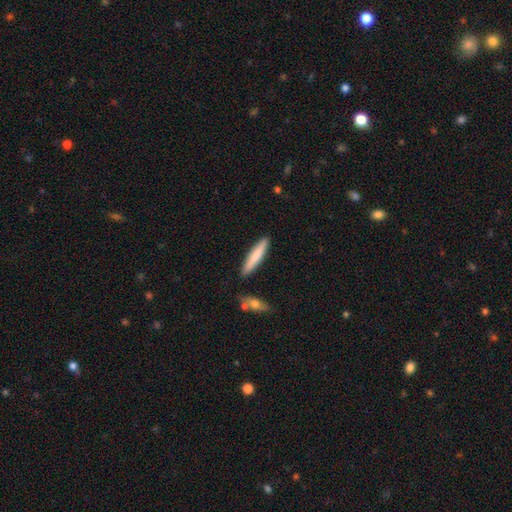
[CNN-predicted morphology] Smooth or featured?
  - smooth: 77% *
  - featured or disk: 18%
  - star or artifact: 5%
How rounded?
  - cigar-shaped: 88% *
  - in between: 10%
  - round: 1%
Merging?
  - none: 88% *
  - minor disturbance: 8%
  - merger: 2%
  - major disturbance: 2%